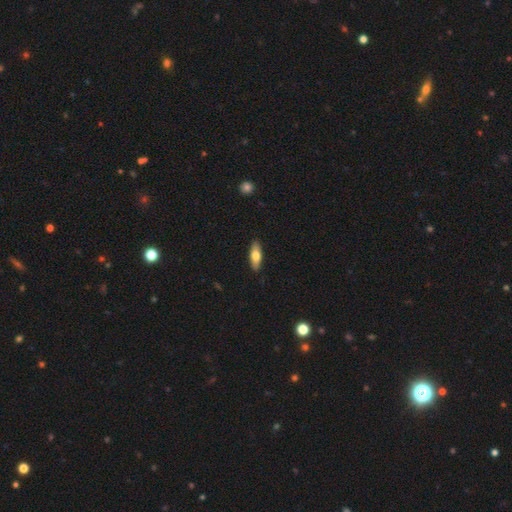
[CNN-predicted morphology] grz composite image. It shows a smooth galaxy with no disk features (67%) that is in between round and cigar-shaped (58%). Merging: none (89%).